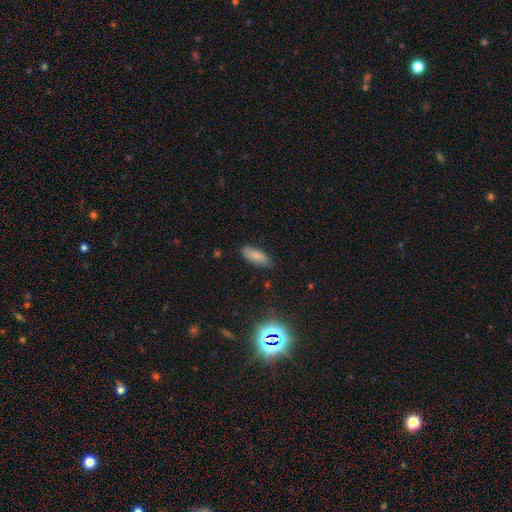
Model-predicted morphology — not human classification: smooth-or-featured: smooth: 79% | featured or disk: 12% | star or artifact: 9%
  how-rounded: in between: 78% | cigar-shaped: 19% | round: 2%
  merging: none: 79% | minor disturbance: 16% | major disturbance: 3% | merger: 1%